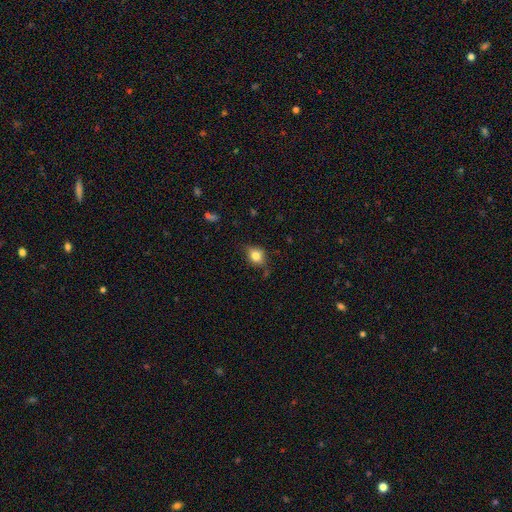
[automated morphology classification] smooth 78%, featured or disk 12%, star or artifact 10%. Down the decision tree: how rounded — in between (49%, tied with round); merging — none (70%).